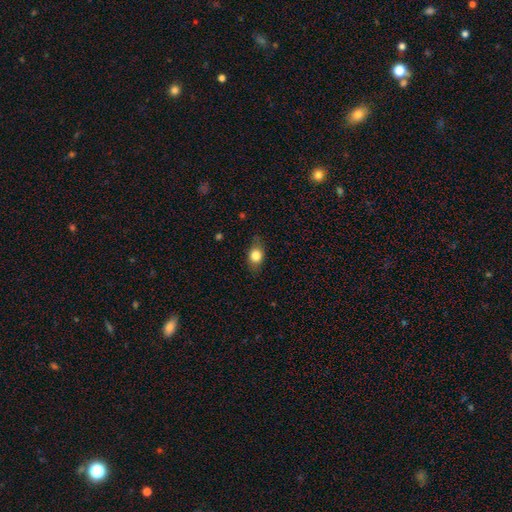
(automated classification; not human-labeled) Morphology: type=smooth (78%); roundness=in between (68%); merging=none (75%).